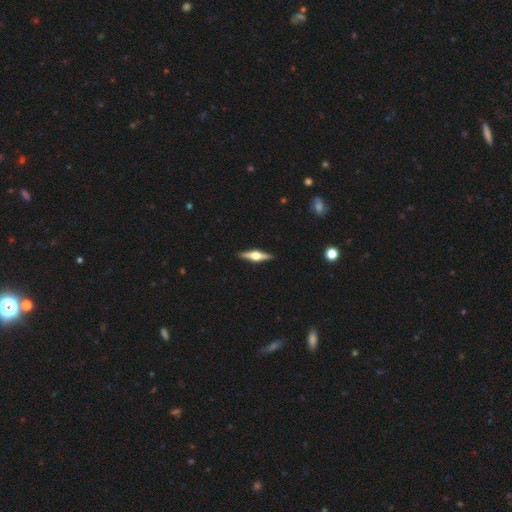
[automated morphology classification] A featured or disk galaxy (73%) viewed edge-on (98%) with a rounded central bulge (95%). Merging: none (92%).